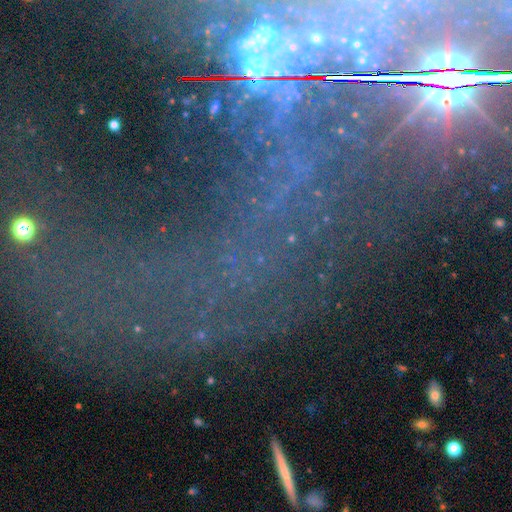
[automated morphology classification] Smooth or featured? star or artifact (71%)